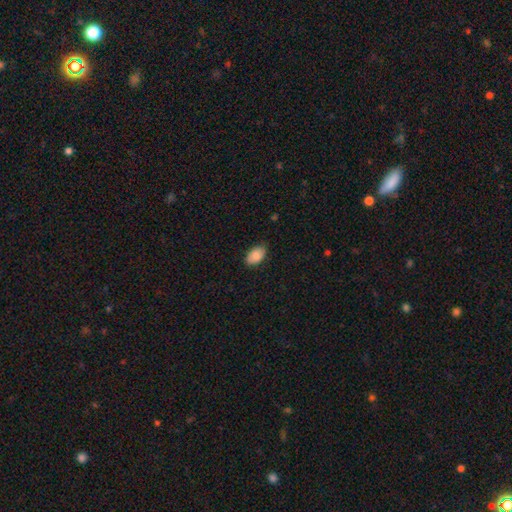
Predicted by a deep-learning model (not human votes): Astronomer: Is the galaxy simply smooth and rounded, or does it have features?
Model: smooth — 85%.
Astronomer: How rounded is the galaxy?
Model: in between — 92%.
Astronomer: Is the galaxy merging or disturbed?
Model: none — 81%.